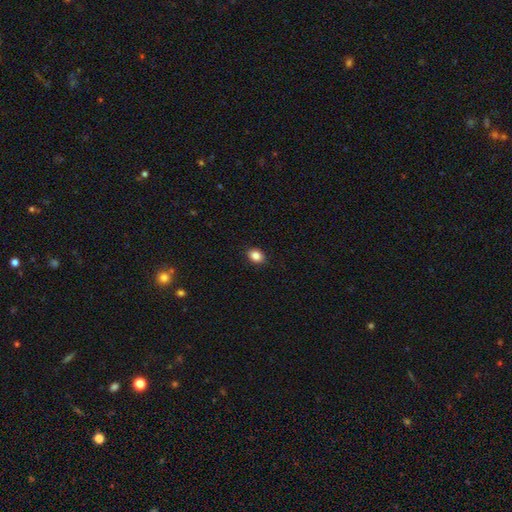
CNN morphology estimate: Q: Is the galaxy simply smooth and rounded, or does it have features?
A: smooth — 86%.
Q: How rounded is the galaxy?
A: in between — 61%.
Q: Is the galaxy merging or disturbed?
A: none — 90%.